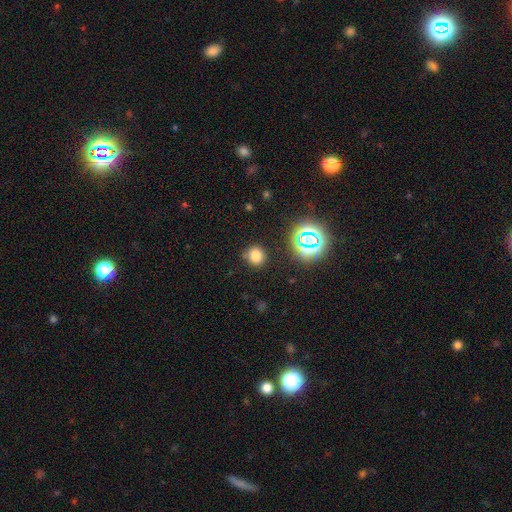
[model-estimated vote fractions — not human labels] The model was most divided on "smooth or featured": smooth: 74%, star or artifact: 20%, featured or disk: 6%. More confident: merging — none (83%); how rounded — round (83%).